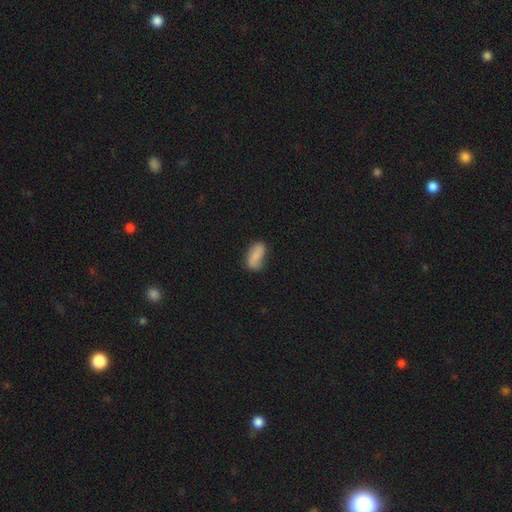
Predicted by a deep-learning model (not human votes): Overall: smooth (76%). How rounded: in between (86%). Merging: none (57%; minor disturbance 28%).